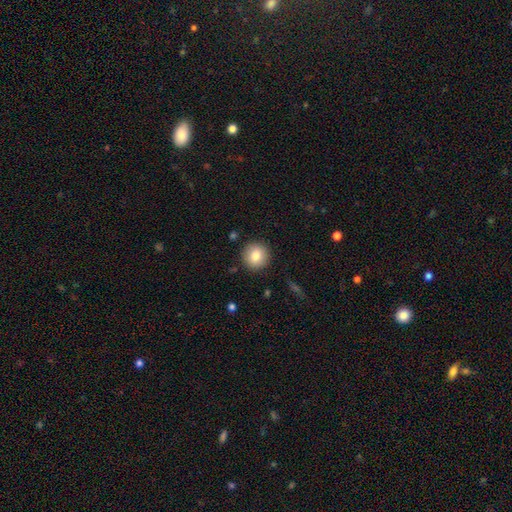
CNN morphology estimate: type=smooth (82%); roundness=round (94%); merging=none (90%).